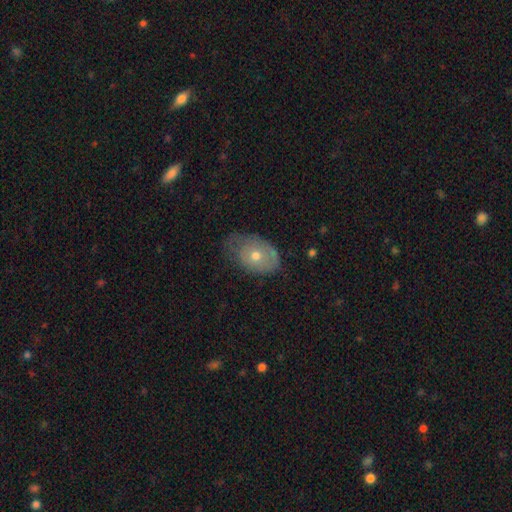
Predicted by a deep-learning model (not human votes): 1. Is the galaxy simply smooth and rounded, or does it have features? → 49% featured or disk, 42% smooth, 9% star or artifact.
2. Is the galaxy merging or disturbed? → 54% none, 32% minor disturbance, 12% major disturbance, 1% merger.